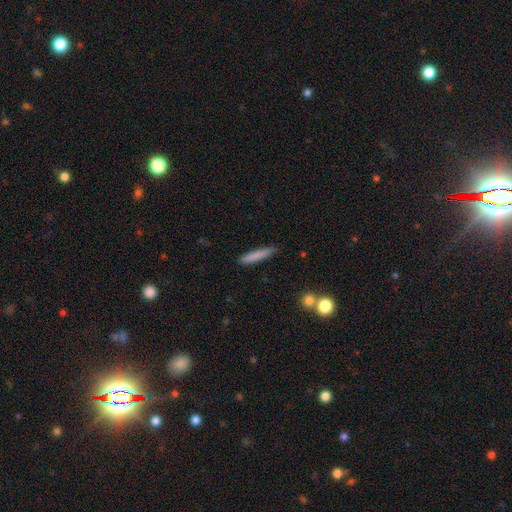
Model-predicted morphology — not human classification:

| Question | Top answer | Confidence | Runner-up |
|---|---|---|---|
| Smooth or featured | smooth | 80% | featured or disk (14%) |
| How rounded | cigar-shaped | 93% | in between (6%) |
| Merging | none | 86% | minor disturbance (11%) |